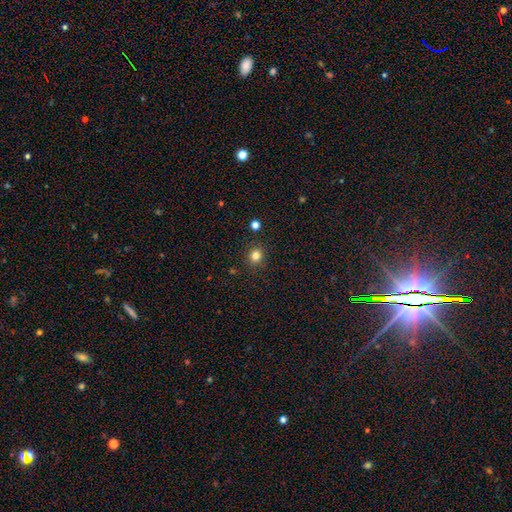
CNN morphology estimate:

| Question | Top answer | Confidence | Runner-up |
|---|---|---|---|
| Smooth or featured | smooth | 81% | star or artifact (13%) |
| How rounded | round | 85% | in between (14%) |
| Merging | none | 89% | minor disturbance (7%) |